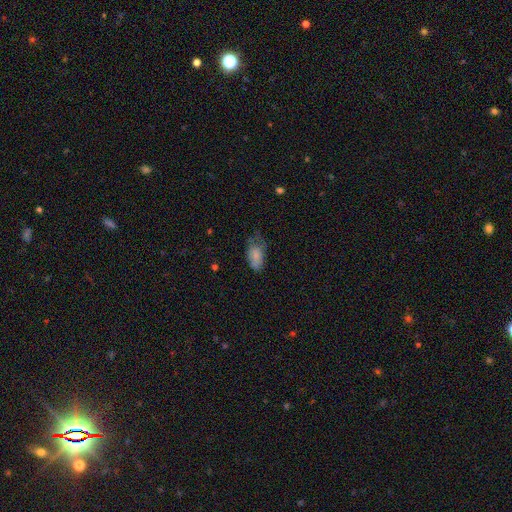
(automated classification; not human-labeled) Overall: smooth (76%). How rounded: in between (92%). Merging: minor disturbance (38%; none 34%).